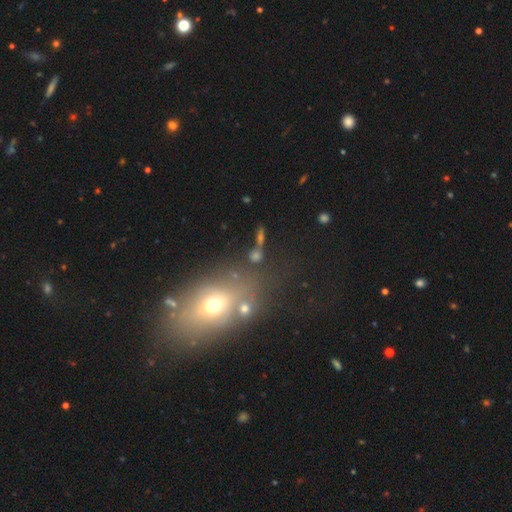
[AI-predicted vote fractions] This is possibly a smooth galaxy (51%). How rounded: possibly in between (59%). Merging: likely none (61%).